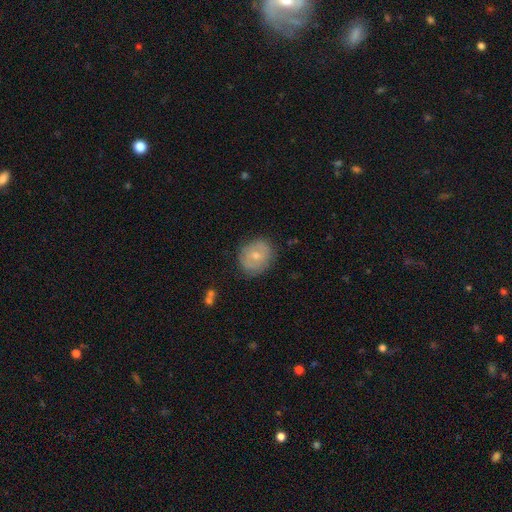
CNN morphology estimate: smooth-or-featured: smooth: 59% | featured or disk: 33% | star or artifact: 8%
  how-rounded: round: 72% | in between: 27% | cigar-shaped: 1%
  merging: none: 79% | minor disturbance: 16% | major disturbance: 4% | merger: 1%